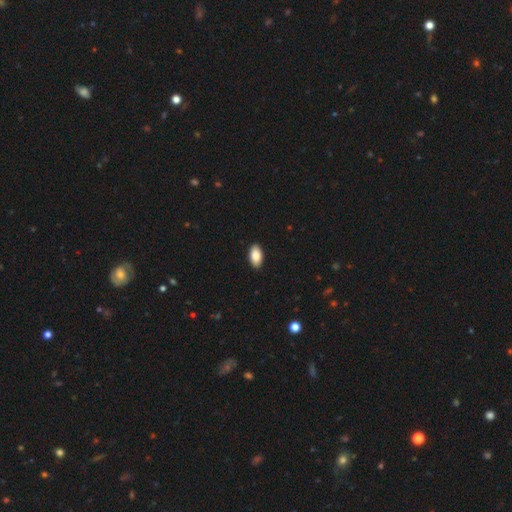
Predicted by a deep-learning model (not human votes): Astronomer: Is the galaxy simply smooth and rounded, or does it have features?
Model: smooth — 88%.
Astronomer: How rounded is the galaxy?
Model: in between — 95%.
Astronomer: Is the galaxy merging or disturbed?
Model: none — 91%.